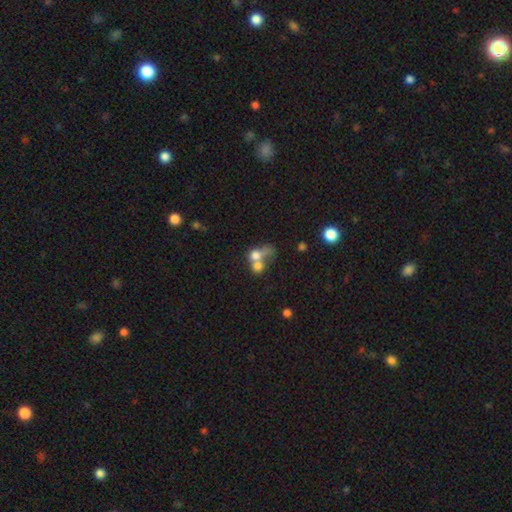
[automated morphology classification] type=smooth (66%); roundness=round (66%); merging=merger (68%).